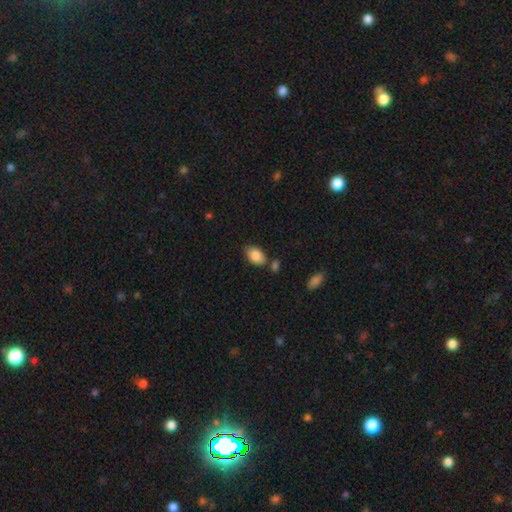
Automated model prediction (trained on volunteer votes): Smooth or featured? smooth (86%)
How rounded? in between (89%)
Merging? none (71%)